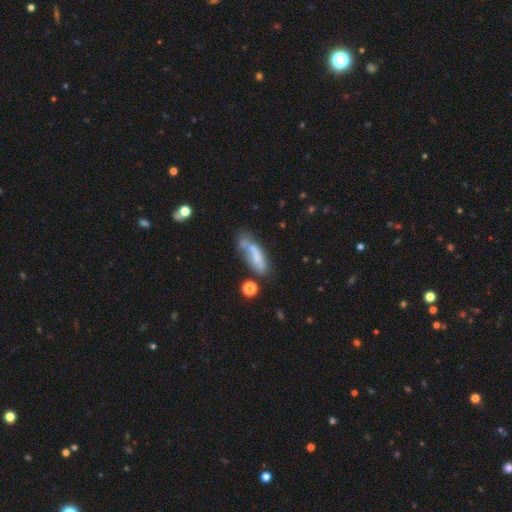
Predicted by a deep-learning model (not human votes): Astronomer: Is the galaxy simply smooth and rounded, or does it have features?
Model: smooth — 60%.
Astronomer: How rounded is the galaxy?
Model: in between — 50% (runner-up: cigar-shaped, 47%).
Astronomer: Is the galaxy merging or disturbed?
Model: none — 34% (runner-up: merger, 26%).